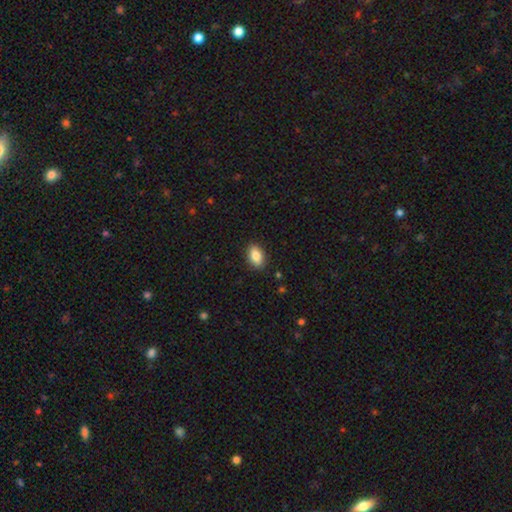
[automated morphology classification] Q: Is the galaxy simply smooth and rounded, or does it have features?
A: smooth — 86%.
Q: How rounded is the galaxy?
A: in between — 90%.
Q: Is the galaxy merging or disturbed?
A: none — 88%.